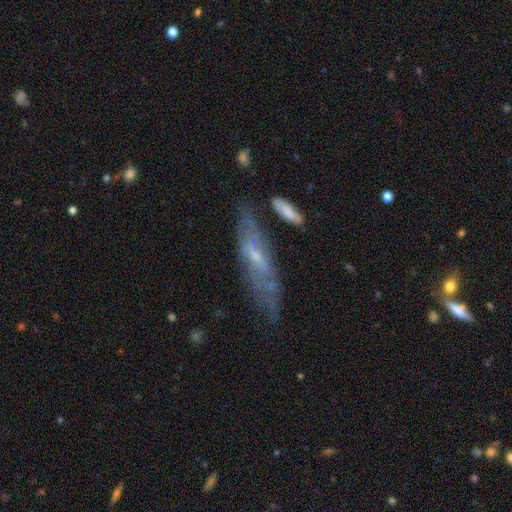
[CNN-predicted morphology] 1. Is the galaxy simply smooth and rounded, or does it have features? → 62% featured or disk, 29% smooth, 10% star or artifact.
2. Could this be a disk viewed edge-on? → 54% no, 46% yes.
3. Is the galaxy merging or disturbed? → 64% none, 21% minor disturbance, 9% major disturbance, 6% merger.